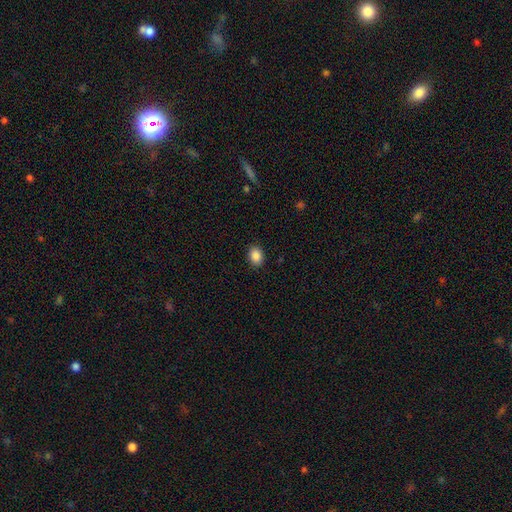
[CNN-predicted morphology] Smooth or featured? Predicted: smooth (p=0.88). How rounded? Predicted: in between (p=0.67). Merging? Predicted: none (p=0.89).